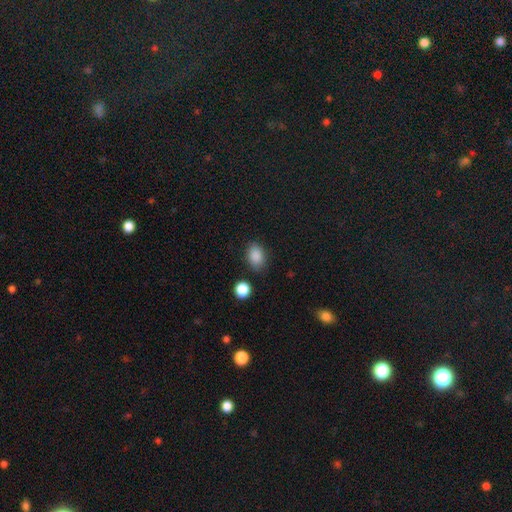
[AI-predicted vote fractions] smooth 87%, star or artifact 9%, featured or disk 4%. Down the decision tree: how rounded — in between (78%); merging — none (81%).